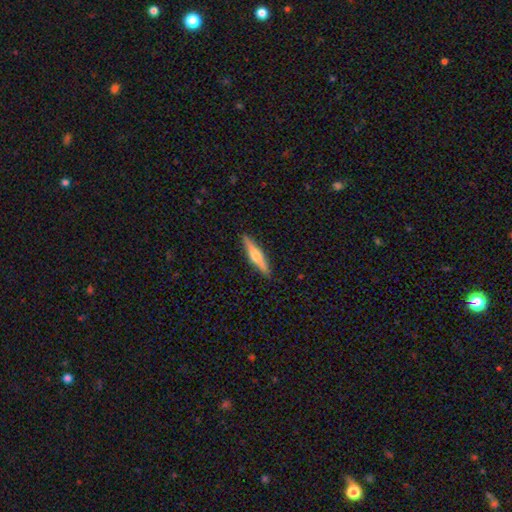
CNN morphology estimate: A featured or disk galaxy (54%) viewed edge-on (95%) with a rounded central bulge (91%). Merging: none (91%).